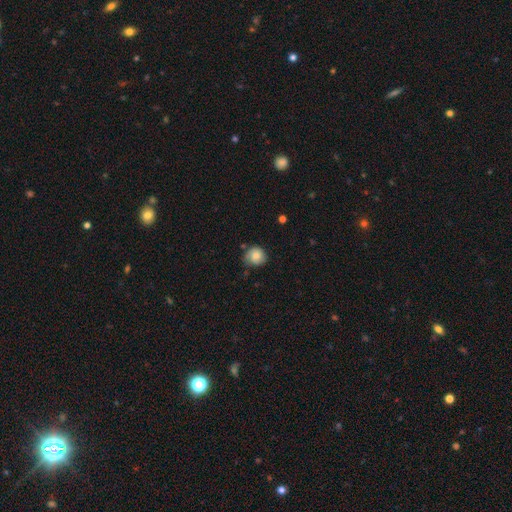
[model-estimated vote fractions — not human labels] smooth-or-featured: smooth: 72% | featured or disk: 20% | star or artifact: 8%
  how-rounded: round: 84% | in between: 15% | cigar-shaped: 1%
  merging: none: 67% | minor disturbance: 25% | major disturbance: 6% | merger: 3%